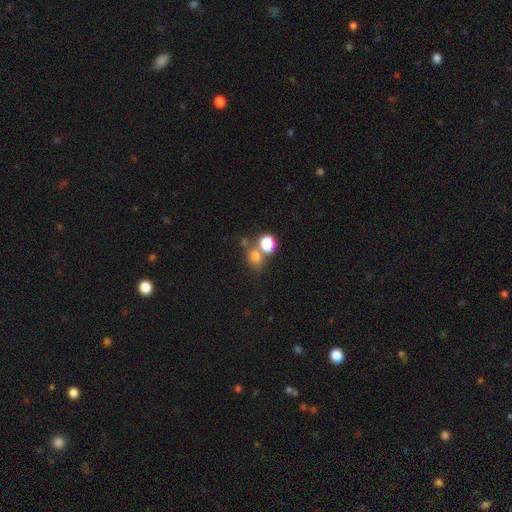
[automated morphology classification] Smooth or featured: smooth — 75% (star or artifact — 17%)
How rounded: round — 58% (in between — 41%)
Merging: none — 53% (merger — 31%)